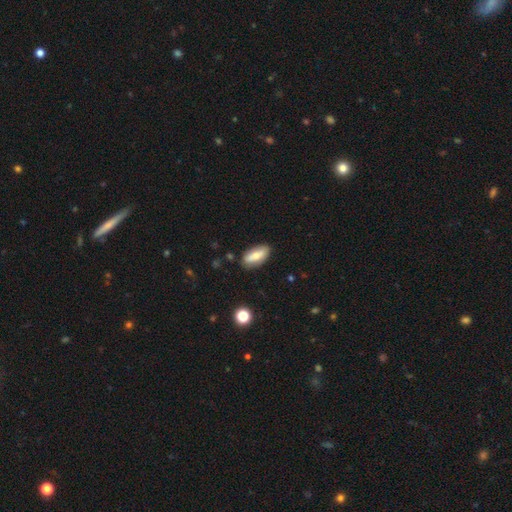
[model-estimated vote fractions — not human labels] Smooth or featured? Predicted: smooth (p=0.69). How rounded? Predicted: in between (p=0.84). Merging? Predicted: none (p=0.83).